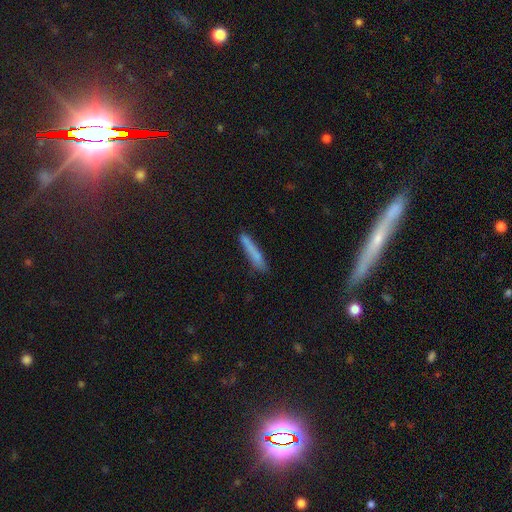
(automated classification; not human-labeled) This is likely a smooth galaxy (70%). How rounded: clearly cigar-shaped (94%). Merging: likely none (78%).